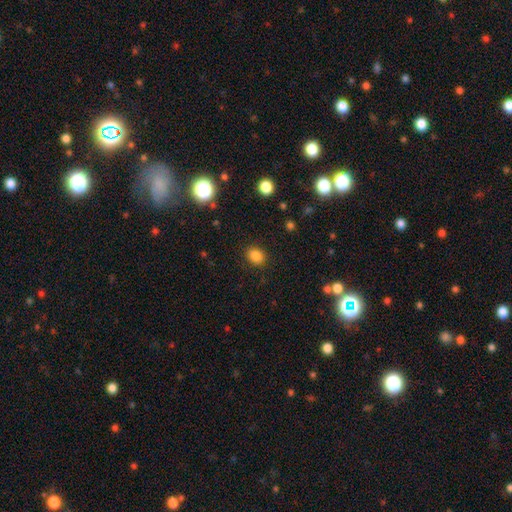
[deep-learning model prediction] Smooth or featured? Predicted: smooth (p=0.84). How rounded? Predicted: in between (p=0.50). Merging? Predicted: none (p=0.88).